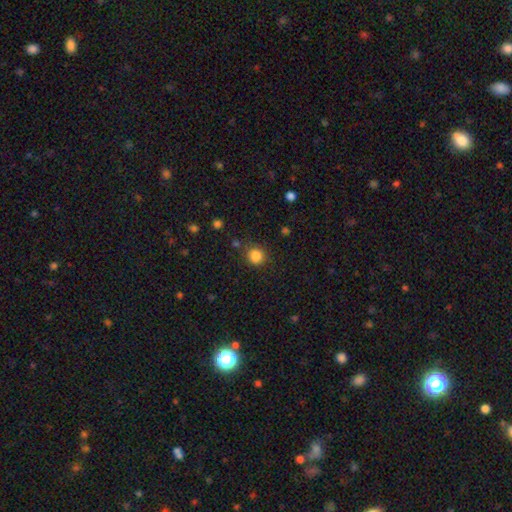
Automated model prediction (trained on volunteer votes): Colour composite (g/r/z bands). It shows a smooth galaxy with no disk features (84%) that is round (84%). Merging: none (79%).